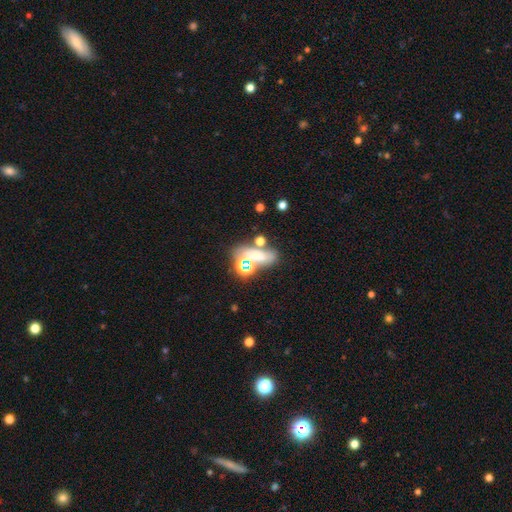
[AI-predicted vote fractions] smooth_or_featured: smooth (p=0.48) [alt: star or artifact p=0.29]
merging: none (p=0.42) [alt: merger p=0.28]